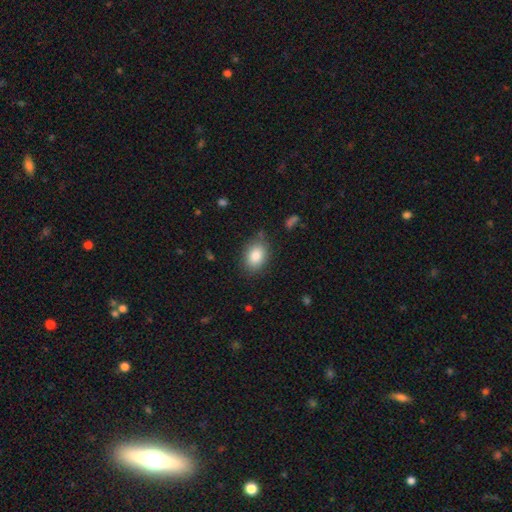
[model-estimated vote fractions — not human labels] Overall: smooth (85%). How rounded: in between (80%). Merging: none (81%).